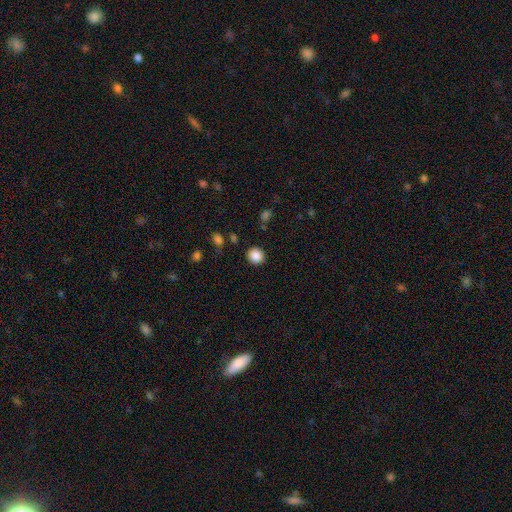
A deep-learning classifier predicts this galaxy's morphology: This is clearly a smooth galaxy (87%). How rounded: clearly round (88%). Merging: clearly none (89%).